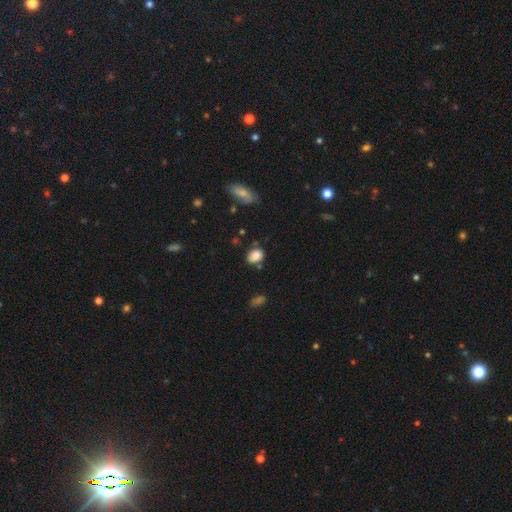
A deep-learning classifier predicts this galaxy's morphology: Smooth or featured? Predicted: smooth (p=0.83). How rounded? Predicted: in between (p=0.64). Merging? Predicted: none (p=0.66).